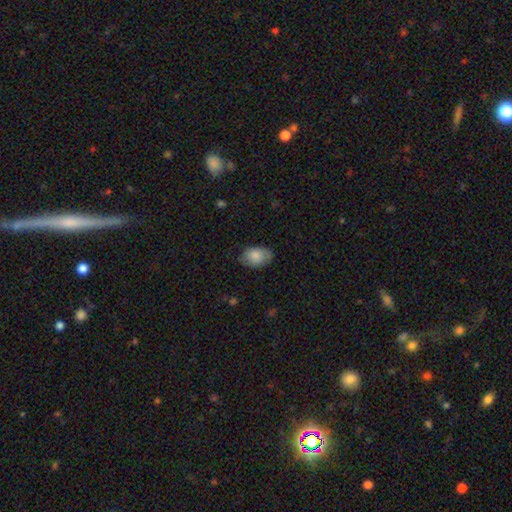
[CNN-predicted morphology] This appears to be a smooth galaxy with no disk features (83%) that is in between round and cigar-shaped (88%). Merging: none (74%).